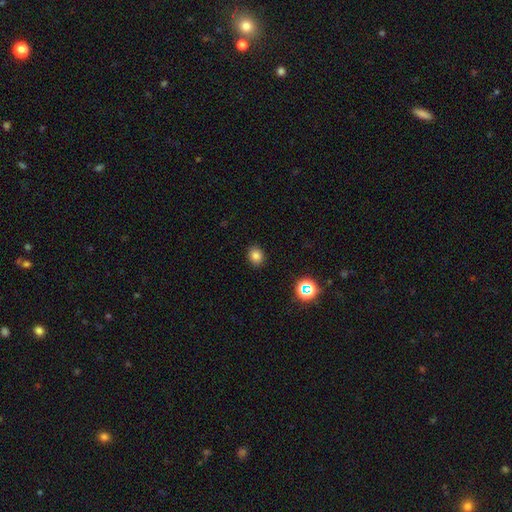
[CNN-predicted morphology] Smooth or featured? Predicted: smooth (p=0.80). How rounded? Predicted: round (p=0.63). Merging? Predicted: none (p=0.90).